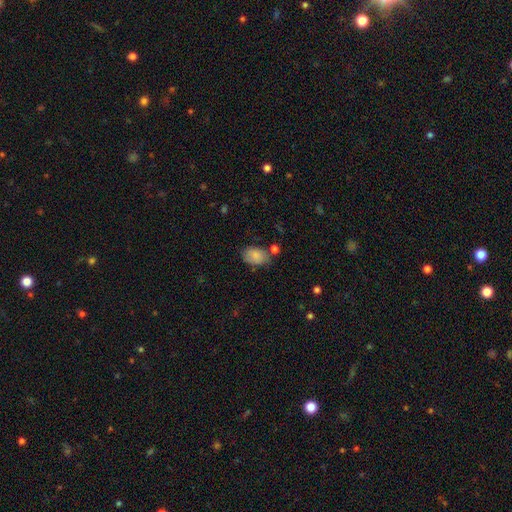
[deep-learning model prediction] Morphology: type=smooth (84%); roundness=in between (86%); merging=none (66%).